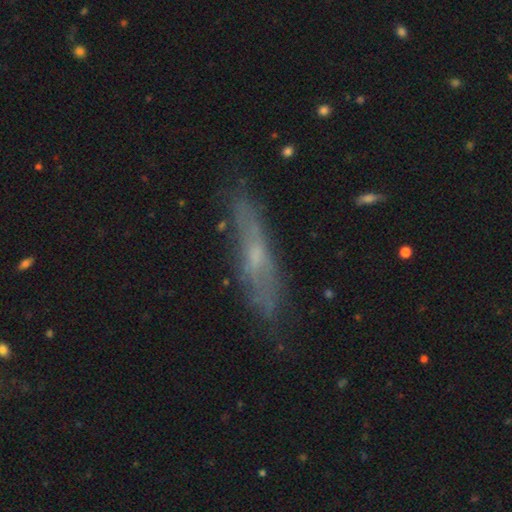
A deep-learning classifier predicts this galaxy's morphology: Q: Smooth or featured?
A: featured or disk (52%); runner-up: smooth (37%)
Q: Edge-on disk?
A: yes (67%); runner-up: no (33%)
Q: Merging?
A: none (76%); runner-up: minor disturbance (17%)